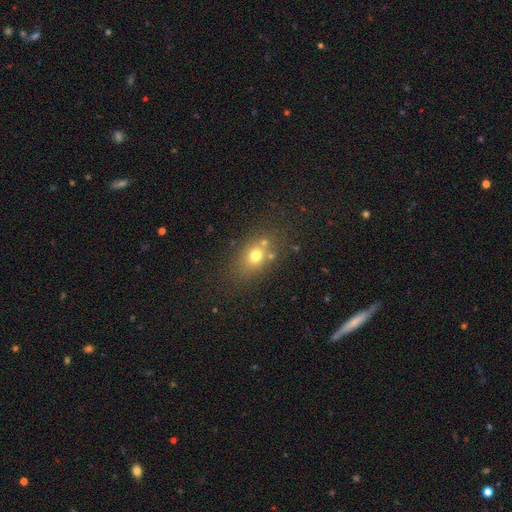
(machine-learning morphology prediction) Smooth or featured?
  - smooth: 68% *
  - featured or disk: 16%
  - star or artifact: 16%
How rounded?
  - in between: 57% *
  - round: 41%
  - cigar-shaped: 2%
Merging?
  - none: 65% *
  - merger: 16%
  - minor disturbance: 14%
  - major disturbance: 6%